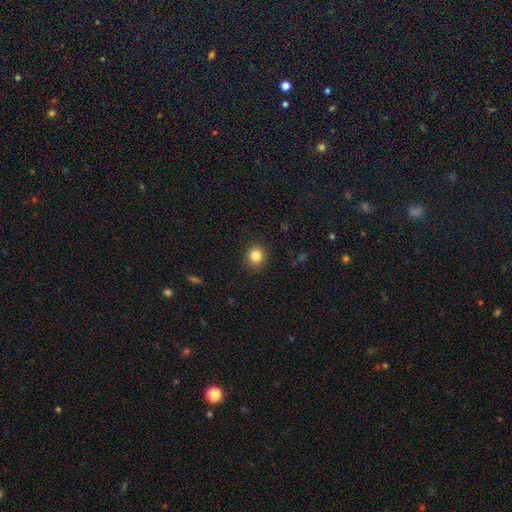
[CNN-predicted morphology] Smooth or featured? Predicted: smooth (p=0.84). How rounded? Predicted: round (p=0.83). Merging? Predicted: none (p=0.91).